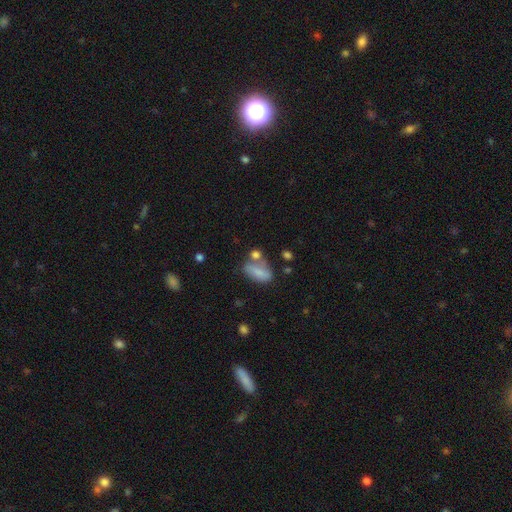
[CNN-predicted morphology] This is likely a smooth galaxy (75%). How rounded: clearly in between (81%). Merging: marginally none (41%).